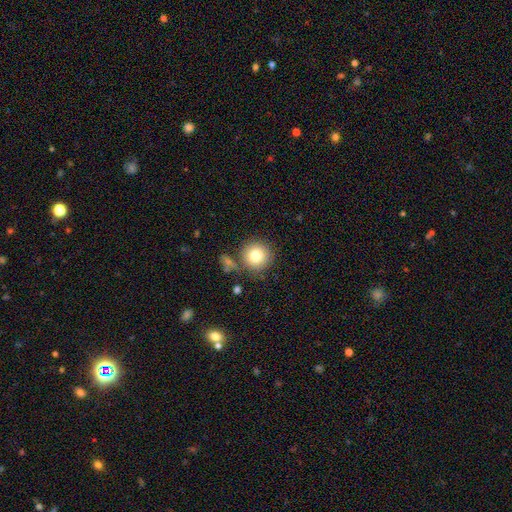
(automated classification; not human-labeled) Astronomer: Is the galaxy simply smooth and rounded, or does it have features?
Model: smooth — 80%.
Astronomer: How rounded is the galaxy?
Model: round — 94%.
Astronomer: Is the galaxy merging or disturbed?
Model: none — 78%.